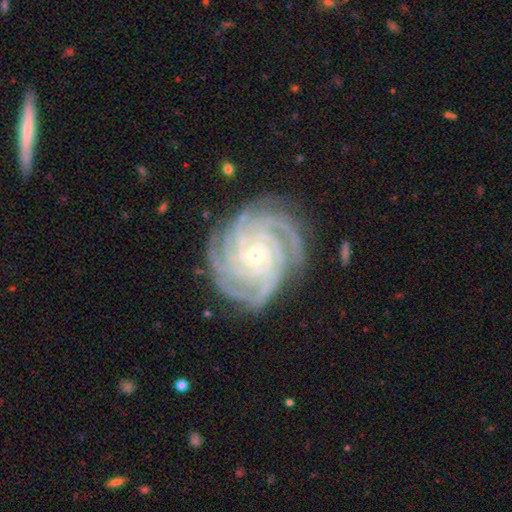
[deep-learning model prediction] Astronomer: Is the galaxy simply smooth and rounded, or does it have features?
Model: featured or disk — 92%.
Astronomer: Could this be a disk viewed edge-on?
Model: no — 98%.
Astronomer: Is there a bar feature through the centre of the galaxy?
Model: no — 66%.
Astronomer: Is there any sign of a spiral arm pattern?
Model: yes — 99%.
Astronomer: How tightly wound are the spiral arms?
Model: tight — 86%.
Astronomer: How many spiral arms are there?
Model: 4 — 35% (runner-up: more than 4, 25%).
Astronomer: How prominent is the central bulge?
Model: small — 79%.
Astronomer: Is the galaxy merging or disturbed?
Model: none — 81%.